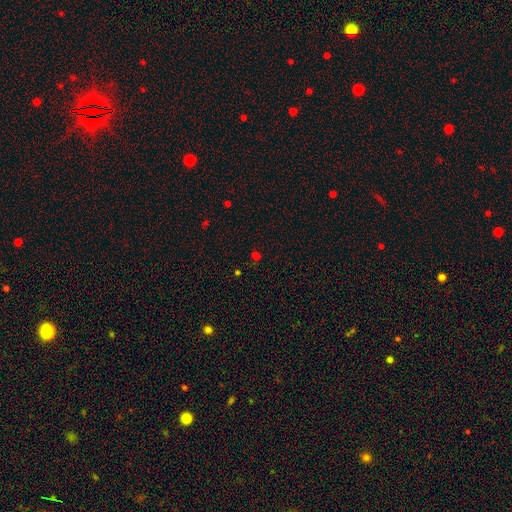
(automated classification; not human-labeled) Overall: star or artifact (49%; smooth 44%).